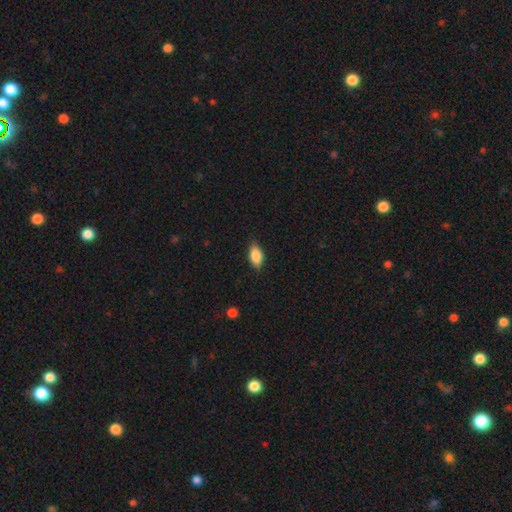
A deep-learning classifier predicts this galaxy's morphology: smooth 82%, featured or disk 10%, star or artifact 7%. Down the decision tree: how rounded — in between (89%); merging — none (83%).